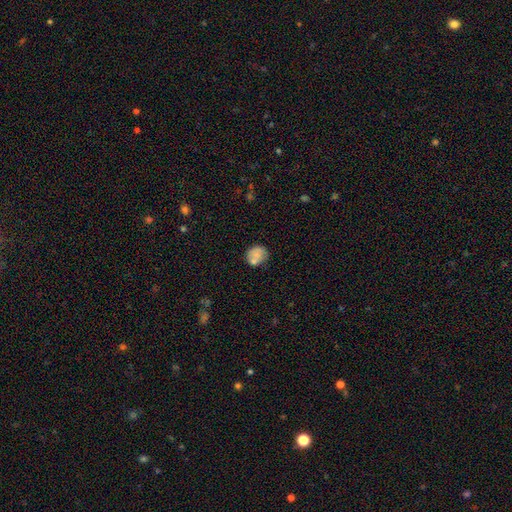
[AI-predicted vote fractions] This appears to be a smooth galaxy with no disk features (75%) that is round (66%). Merging: none (60%).